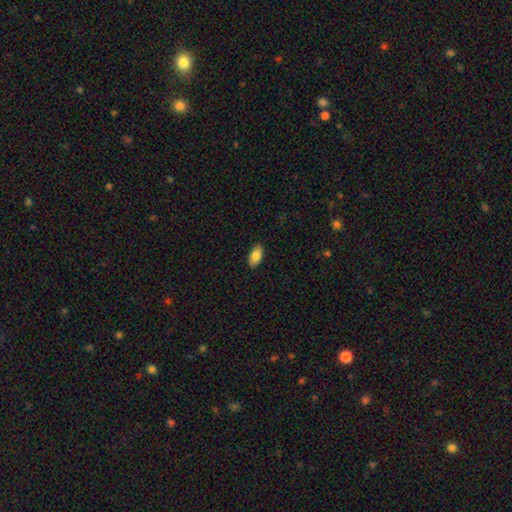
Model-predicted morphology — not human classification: A smooth galaxy with no disk features (83%) that is in between round and cigar-shaped (93%).

Vote fractions:
- Smooth or featured? smooth: 83% / featured or disk: 10% / star or artifact: 7%
- How rounded? in between: 93% / cigar-shaped: 4% / round: 3%
- Merging? none: 88% / minor disturbance: 9% / major disturbance: 2% / merger: 1%